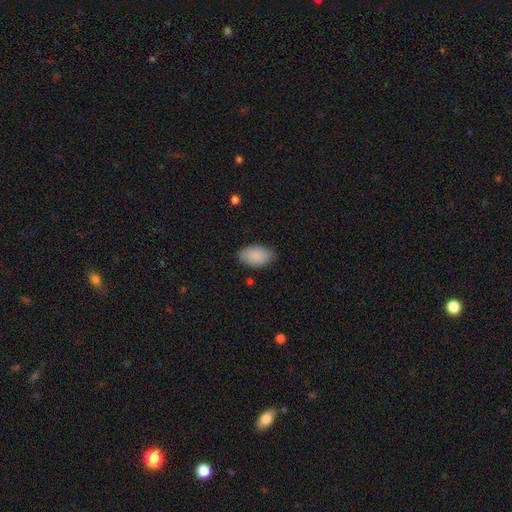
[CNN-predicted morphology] Q: Smooth or featured?
A: smooth (89%); runner-up: star or artifact (6%)
Q: How rounded?
A: in between (94%); runner-up: round (5%)
Q: Merging?
A: none (82%); runner-up: minor disturbance (14%)